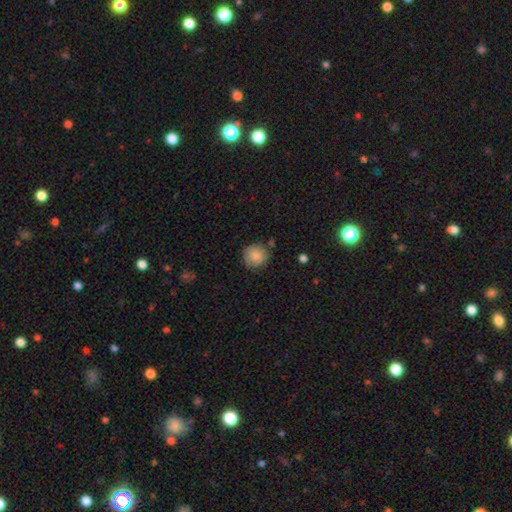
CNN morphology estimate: smooth-or-featured: smooth: 86% | star or artifact: 8% | featured or disk: 6%
  how-rounded: round: 92% | in between: 7% | cigar-shaped: 1%
  merging: none: 80% | minor disturbance: 14% | merger: 4% | major disturbance: 3%